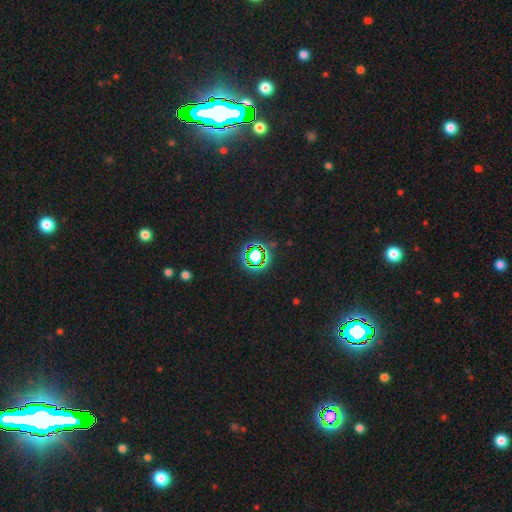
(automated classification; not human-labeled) Smooth or featured? star or artifact (70%)